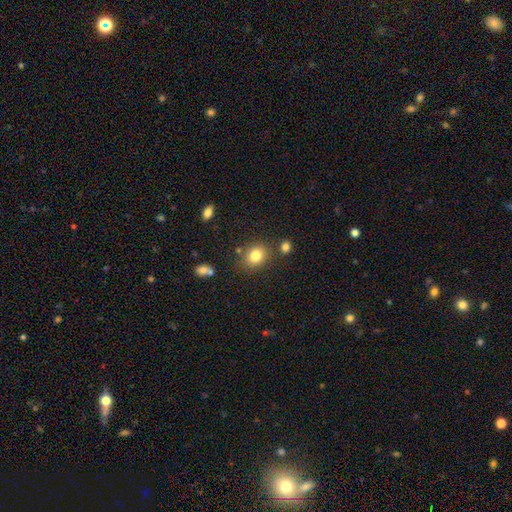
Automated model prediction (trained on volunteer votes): This is clearly a smooth galaxy (81%). How rounded: possibly round (56%). Merging: likely none (77%).